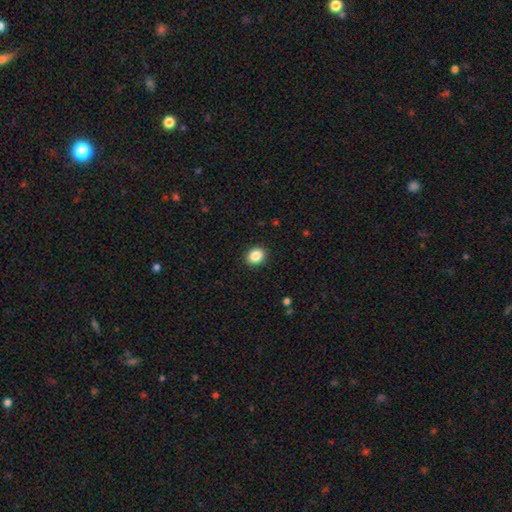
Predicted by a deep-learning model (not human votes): The model was most divided on "how rounded": round: 59%, in between: 40%, cigar-shaped: 1%. More confident: merging — none (91%); smooth or featured — smooth (87%).